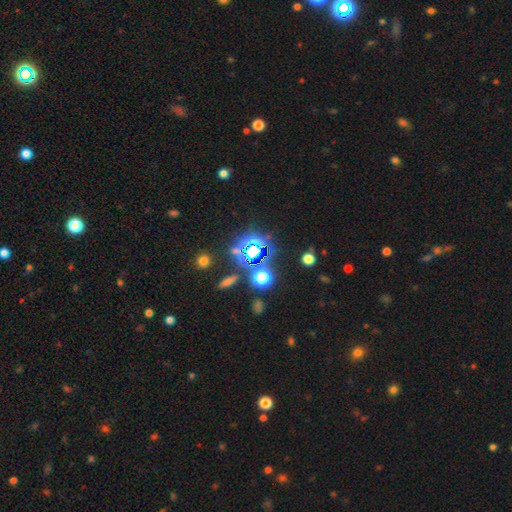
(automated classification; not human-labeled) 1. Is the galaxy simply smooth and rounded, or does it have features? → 69% star or artifact, 20% smooth, 11% featured or disk.